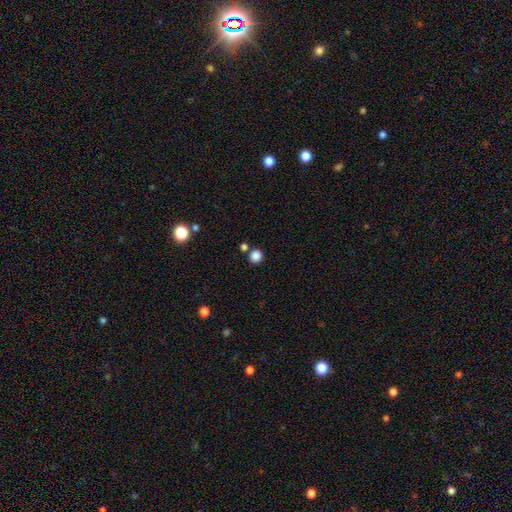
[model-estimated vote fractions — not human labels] Q: Smooth or featured?
A: smooth (84%); runner-up: star or artifact (12%)
Q: How rounded?
A: round (90%); runner-up: in between (9%)
Q: Merging?
A: none (78%); runner-up: merger (11%)